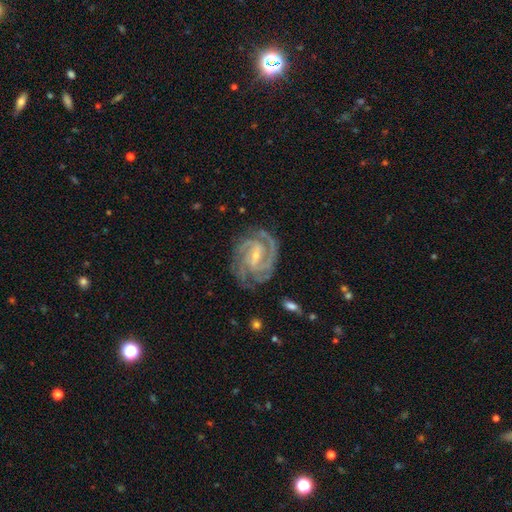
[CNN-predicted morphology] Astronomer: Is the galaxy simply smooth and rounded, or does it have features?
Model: featured or disk — 93%.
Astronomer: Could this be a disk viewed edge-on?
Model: no — 98%.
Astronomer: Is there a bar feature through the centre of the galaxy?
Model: weak — 47% (runner-up: strong, 36%).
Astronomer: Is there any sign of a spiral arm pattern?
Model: yes — 99%.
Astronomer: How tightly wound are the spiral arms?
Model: tight — 65%.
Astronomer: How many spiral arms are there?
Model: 3 — 35% (runner-up: 2, 33%).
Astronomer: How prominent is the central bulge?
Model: small — 71%.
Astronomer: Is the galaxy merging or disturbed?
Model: none — 77%.